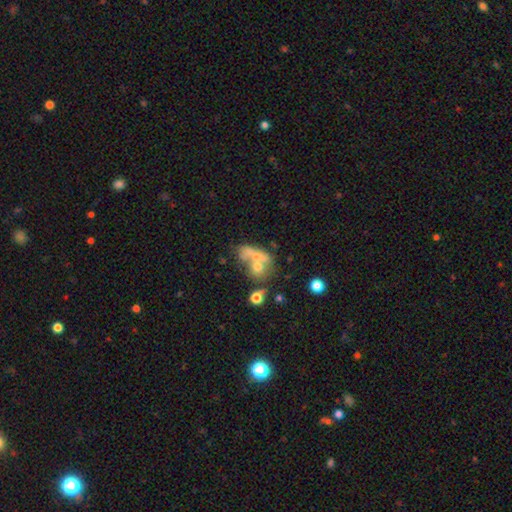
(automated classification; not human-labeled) Overall: smooth (53%; featured or disk 34%). How rounded: in between (59%; round 37%). Merging: merger (59%; none 20%).